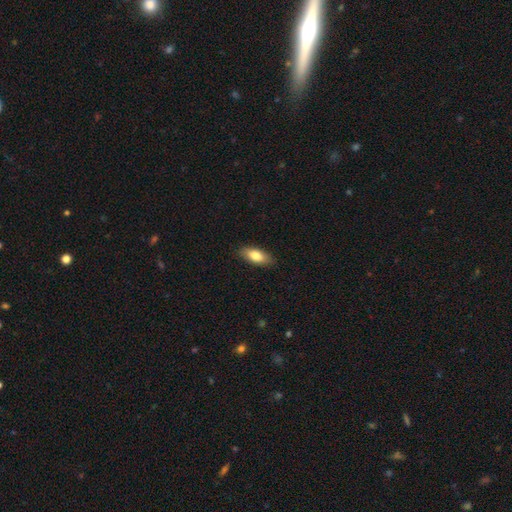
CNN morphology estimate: type=smooth (80%); roundness=in between (84%); merging=none (87%).